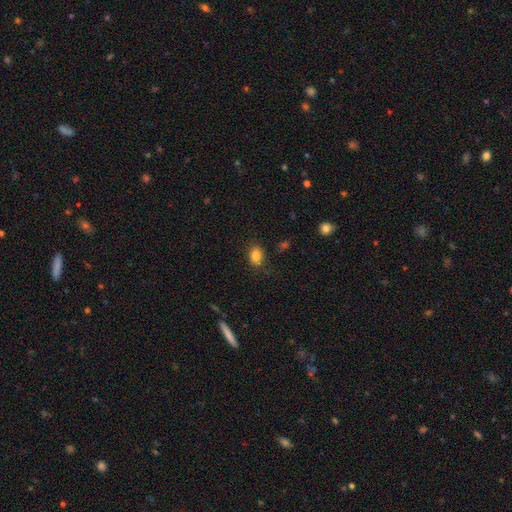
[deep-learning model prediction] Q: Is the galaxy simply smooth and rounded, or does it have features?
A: smooth — 84%.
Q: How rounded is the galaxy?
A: in between — 75%.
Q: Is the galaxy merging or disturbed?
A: none — 82%.